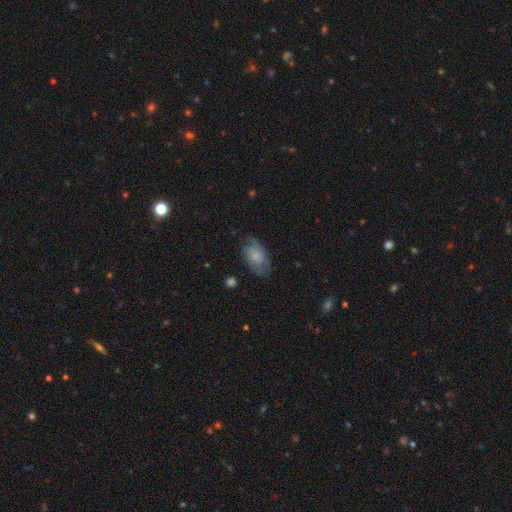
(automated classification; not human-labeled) The model was most divided on "smooth or featured": smooth: 55%, featured or disk: 37%, star or artifact: 7%. More confident: how rounded — in between (91%); merging — none (64%).